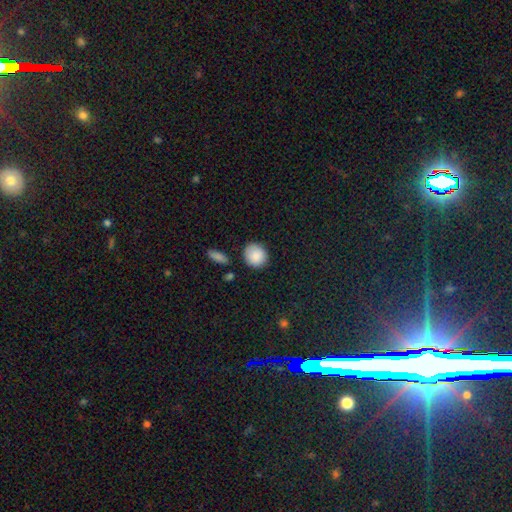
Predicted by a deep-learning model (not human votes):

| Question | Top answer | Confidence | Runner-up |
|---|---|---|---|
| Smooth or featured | smooth | 88% | star or artifact (7%) |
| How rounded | round | 84% | in between (15%) |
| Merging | none | 82% | minor disturbance (12%) |